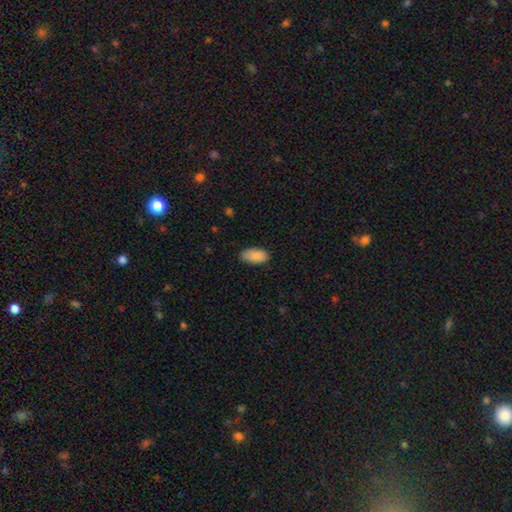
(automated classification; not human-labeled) This appears to be a smooth galaxy with no disk features (89%) that is in between round and cigar-shaped (94%). Merging: none (79%).